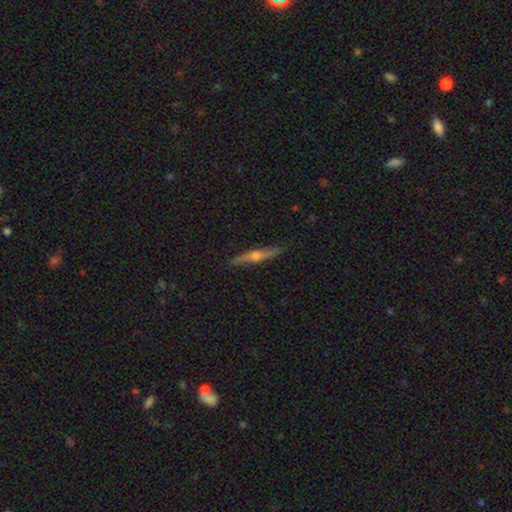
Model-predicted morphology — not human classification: Q: Smooth or featured?
A: featured or disk (66%); runner-up: smooth (28%)
Q: Edge-on disk?
A: yes (96%); runner-up: no (4%)
Q: Edge-on bulge?
A: rounded (90%); runner-up: none (6%)
Q: Merging?
A: none (88%); runner-up: minor disturbance (9%)